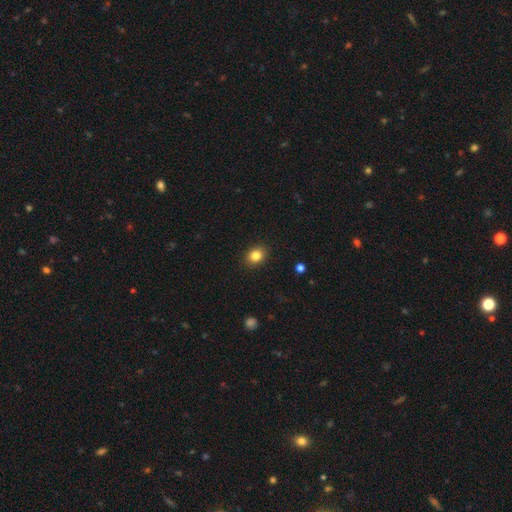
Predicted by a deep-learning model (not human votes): smooth 84%, star or artifact 10%, featured or disk 6%. Down the decision tree: how rounded — round (50%); merging — none (90%).